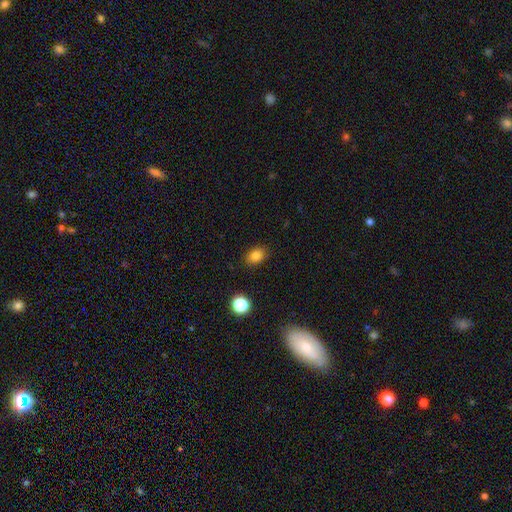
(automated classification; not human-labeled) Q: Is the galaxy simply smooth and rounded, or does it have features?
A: smooth — 82%.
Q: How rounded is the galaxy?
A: in between — 68%.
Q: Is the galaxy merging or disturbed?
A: none — 87%.